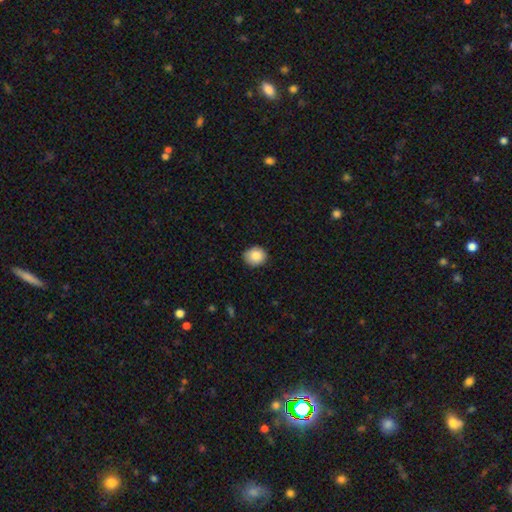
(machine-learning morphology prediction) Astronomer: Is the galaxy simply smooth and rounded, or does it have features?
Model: smooth — 86%.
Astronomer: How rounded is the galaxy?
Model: round — 80%.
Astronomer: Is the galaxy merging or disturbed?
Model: none — 85%.